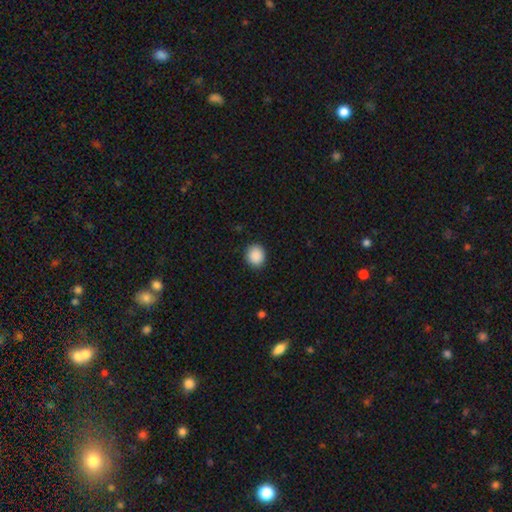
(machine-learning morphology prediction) Overall: smooth (89%). How rounded: round (74%). Merging: none (89%).